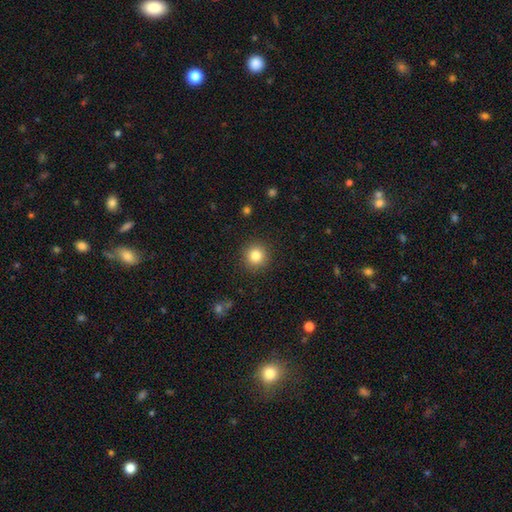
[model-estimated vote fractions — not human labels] smooth_or_featured: smooth (p=0.83) [alt: star or artifact p=0.11]
how_rounded: round (p=0.95) [alt: in between p=0.05]
merging: none (p=0.91) [alt: minor disturbance p=0.06]